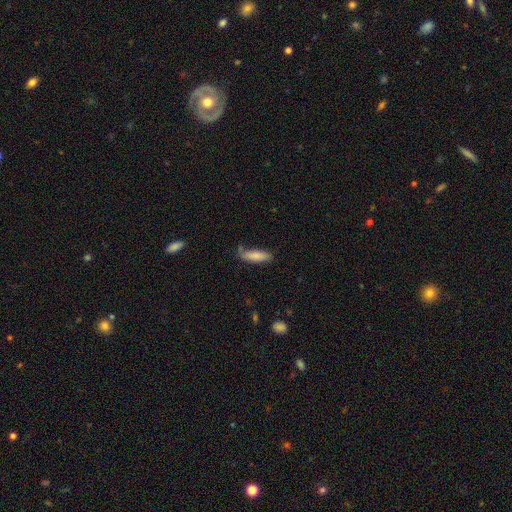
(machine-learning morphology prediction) Smooth or featured? smooth (83%)
How rounded? cigar-shaped (52%)
Merging? none (66%)